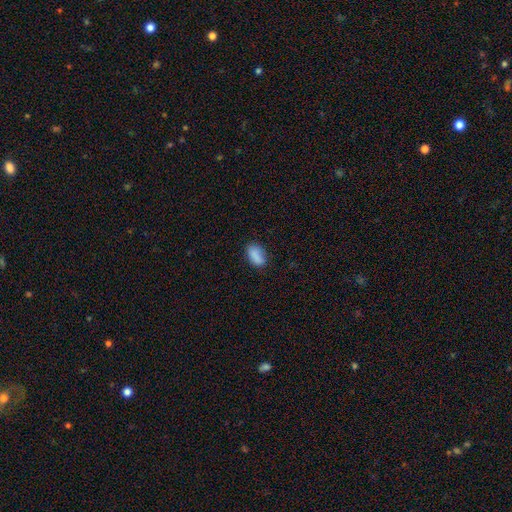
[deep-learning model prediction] A smooth galaxy with no disk features (87%) that is in between round and cigar-shaped (90%).

Vote fractions:
- Smooth or featured? smooth: 87% / star or artifact: 8% / featured or disk: 5%
- How rounded? in between: 90% / round: 7% / cigar-shaped: 3%
- Merging? none: 77% / minor disturbance: 18% / major disturbance: 4% / merger: 2%